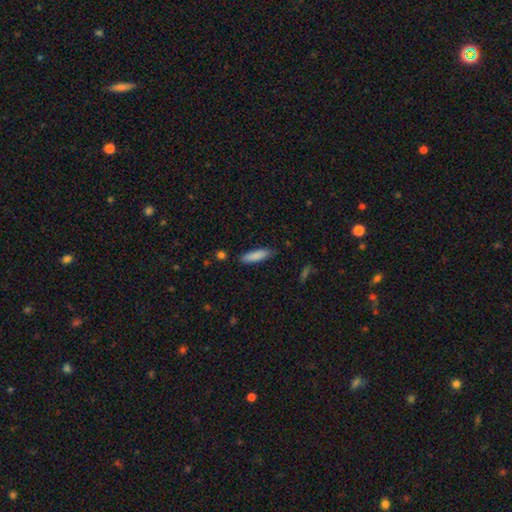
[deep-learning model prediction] Smooth or featured: smooth — 86% (featured or disk — 8%)
How rounded: cigar-shaped — 71% (in between — 28%)
Merging: none — 86% (minor disturbance — 11%)